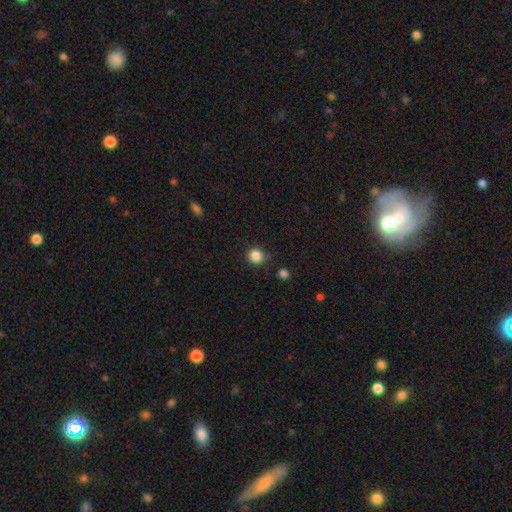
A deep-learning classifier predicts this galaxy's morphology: This is clearly a smooth galaxy (85%). How rounded: clearly round (92%). Merging: clearly none (85%).